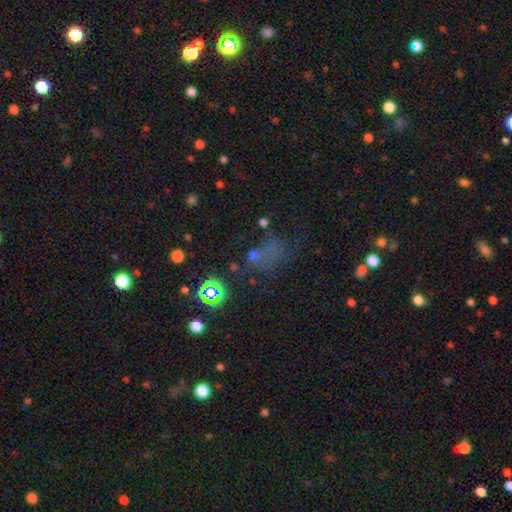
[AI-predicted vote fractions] Smooth or featured? Predicted: smooth (p=0.43, tied with star or artifact). Merging? Predicted: none (p=0.52).